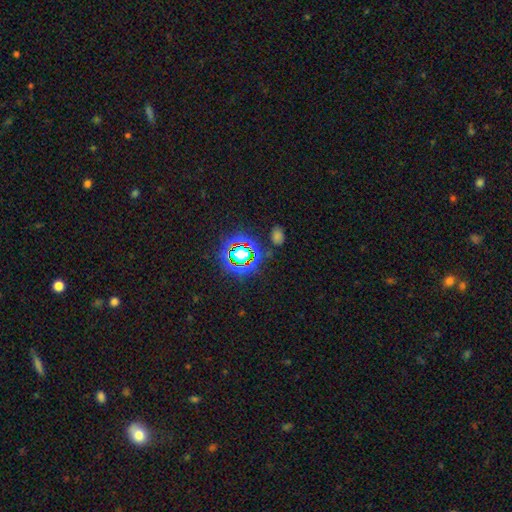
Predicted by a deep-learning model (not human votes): smooth-or-featured: star or artifact: 76% | smooth: 15% | featured or disk: 9%